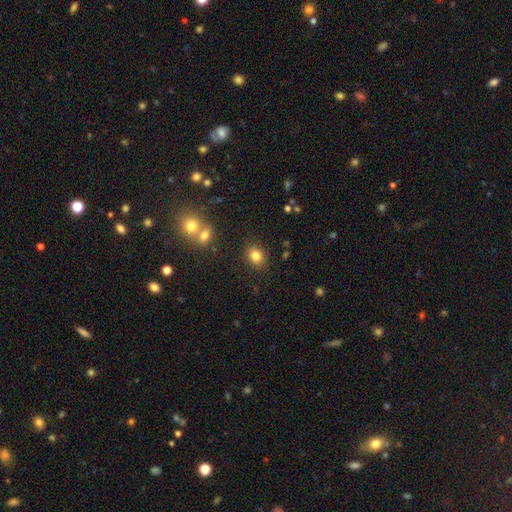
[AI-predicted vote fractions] Overall: smooth (82%). How rounded: round (52%; in between 47%). Merging: none (85%).